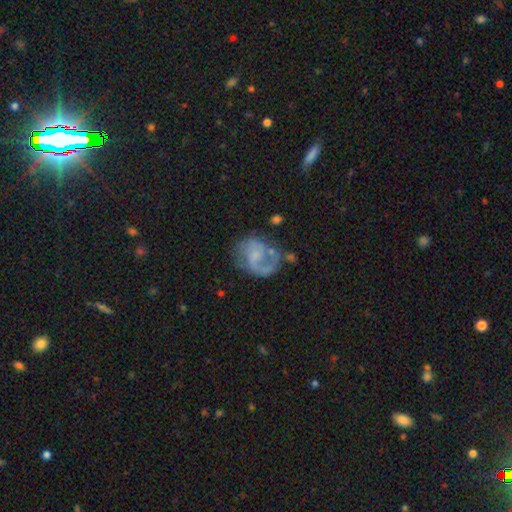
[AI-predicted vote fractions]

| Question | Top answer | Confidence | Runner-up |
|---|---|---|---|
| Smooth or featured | featured or disk | 72% | smooth (20%) |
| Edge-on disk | no | 98% | yes (2%) |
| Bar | no | 50% | weak (41%) |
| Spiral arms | yes | 86% | no (14%) |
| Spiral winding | medium | 47% | loose (31%) |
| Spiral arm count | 2 | 66% | 1 (21%) |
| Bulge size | none | 38% | tied: small (38%) |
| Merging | none | 54% | minor disturbance (22%) |